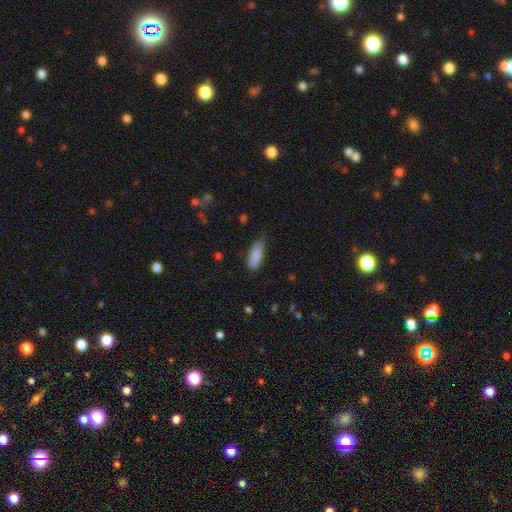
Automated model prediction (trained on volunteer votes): This is clearly a smooth galaxy (87%). How rounded: likely in between (71%). Merging: likely none (68%).